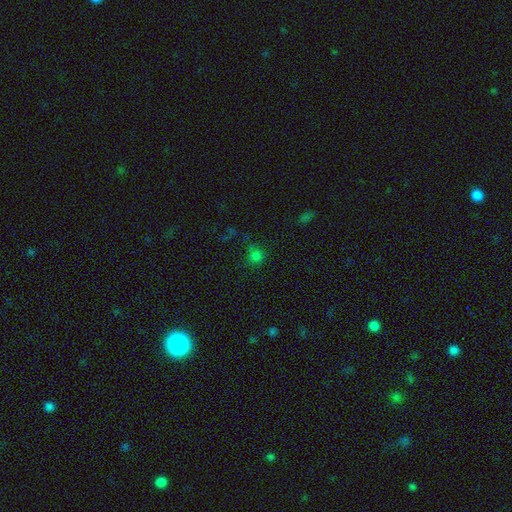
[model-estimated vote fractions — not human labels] Morphology: type=smooth (69%); roundness=round (86%); merging=none (64%).